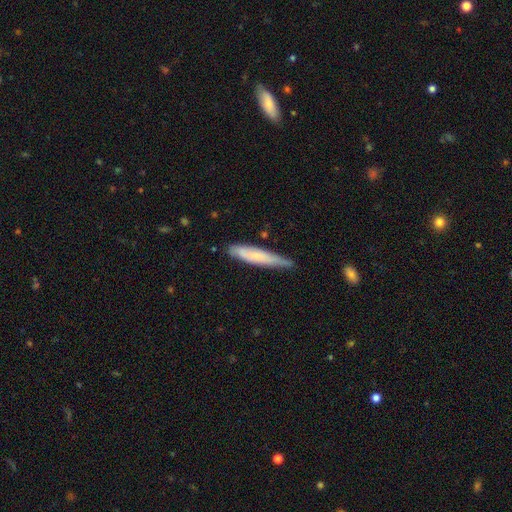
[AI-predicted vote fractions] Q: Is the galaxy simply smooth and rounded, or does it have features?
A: smooth — 61%.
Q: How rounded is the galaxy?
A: cigar-shaped — 88%.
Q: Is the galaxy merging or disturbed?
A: none — 64%.